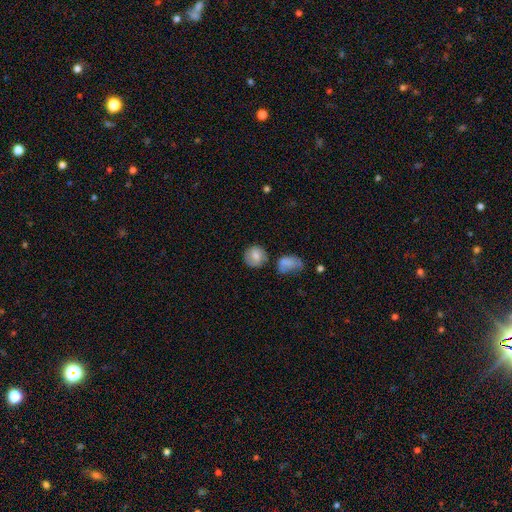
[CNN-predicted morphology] The model was most divided on "merging": none: 67%, minor disturbance: 16%, merger: 12%, major disturbance: 5%. More confident: how rounded — round (81%); smooth or featured — smooth (77%).